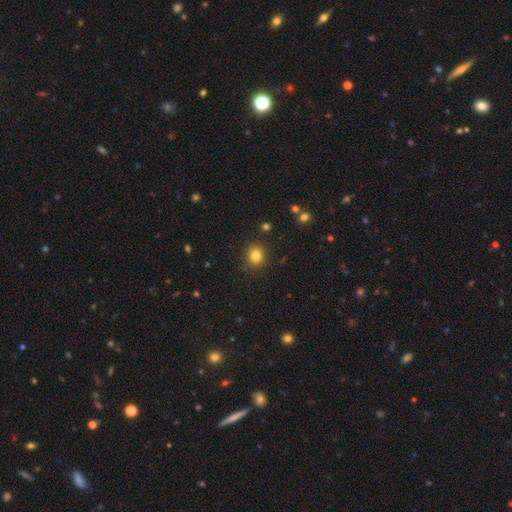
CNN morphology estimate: Smooth or featured: smooth — 82% (star or artifact — 12%)
How rounded: round — 79% (in between — 20%)
Merging: none — 87% (minor disturbance — 8%)